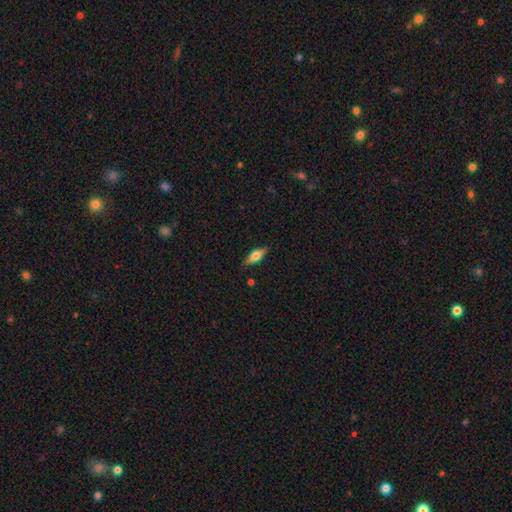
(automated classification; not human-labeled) This is possibly a smooth galaxy (58%). How rounded: likely in between (62%). Merging: clearly none (84%).